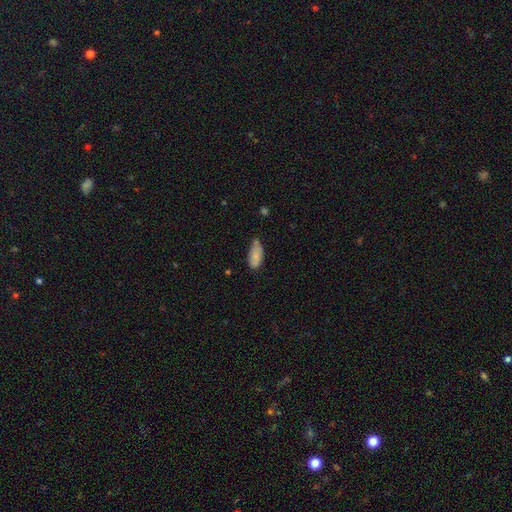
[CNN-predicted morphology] A smooth galaxy with no disk features (82%) that is in between round and cigar-shaped (89%). Merging: none (50%).